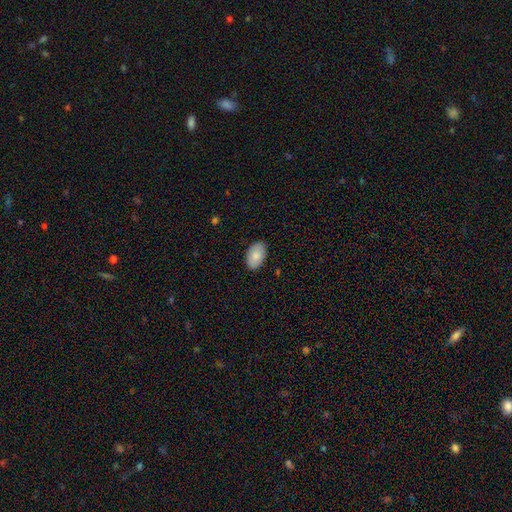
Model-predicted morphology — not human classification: Smooth or featured: smooth — 85% (featured or disk — 9%)
How rounded: in between — 93% (round — 6%)
Merging: none — 87% (minor disturbance — 10%)